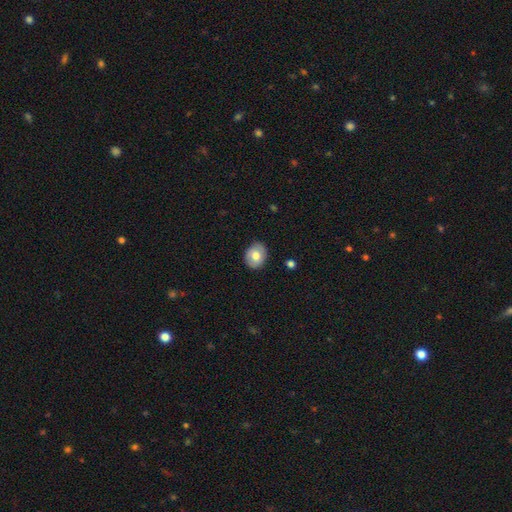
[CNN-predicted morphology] This is likely a smooth galaxy (74%). How rounded: possibly round (56%). Merging: clearly none (85%).